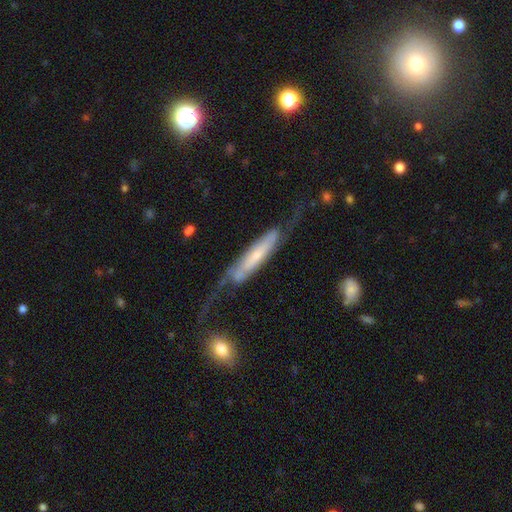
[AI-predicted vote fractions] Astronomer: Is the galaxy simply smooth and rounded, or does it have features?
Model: featured or disk — 69%.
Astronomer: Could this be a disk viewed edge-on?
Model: no — 52% (runner-up: yes, 48%).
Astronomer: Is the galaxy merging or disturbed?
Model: none — 47% (runner-up: major disturbance, 26%).